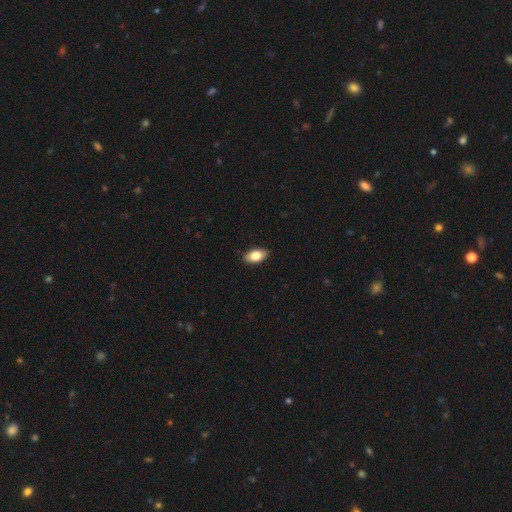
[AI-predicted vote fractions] Smooth or featured? smooth (81%)
How rounded? in between (92%)
Merging? none (89%)